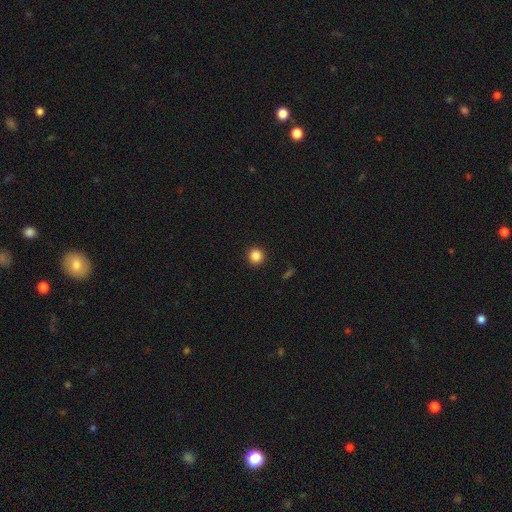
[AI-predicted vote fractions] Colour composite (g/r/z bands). It shows a smooth galaxy with no disk features (86%) that is round (95%). Merging: none (93%).